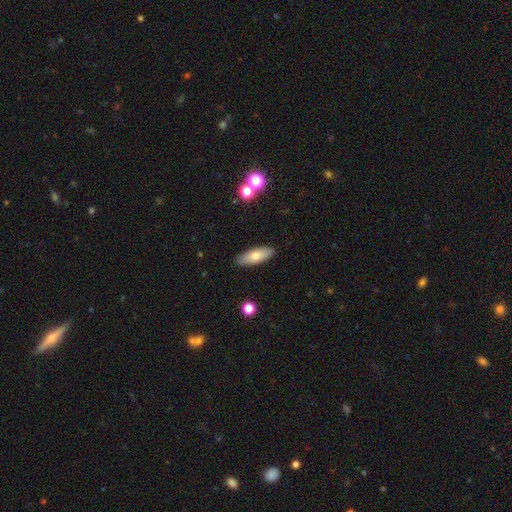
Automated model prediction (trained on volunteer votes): Morphology: type=smooth (74%); roundness=in between (63%); merging=none (89%).